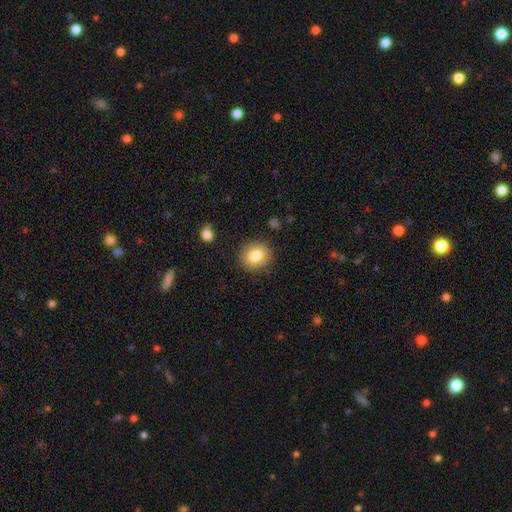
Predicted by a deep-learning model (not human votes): Q: Smooth or featured?
A: smooth (82%); runner-up: featured or disk (9%)
Q: How rounded?
A: round (71%); runner-up: in between (28%)
Q: Merging?
A: none (87%); runner-up: minor disturbance (9%)